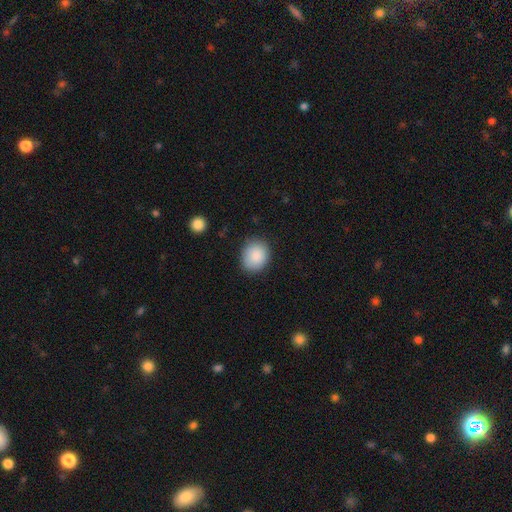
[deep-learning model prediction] Overall: smooth (88%). How rounded: round (64%; in between 35%). Merging: none (83%).